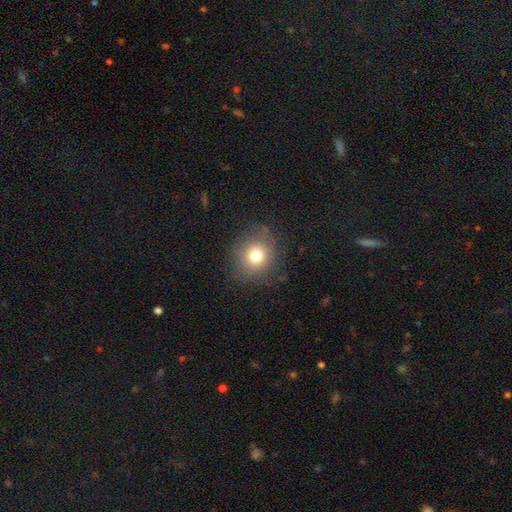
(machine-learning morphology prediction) Smooth or featured? Predicted: smooth (p=0.78). How rounded? Predicted: round (p=0.80). Merging? Predicted: none (p=0.80).